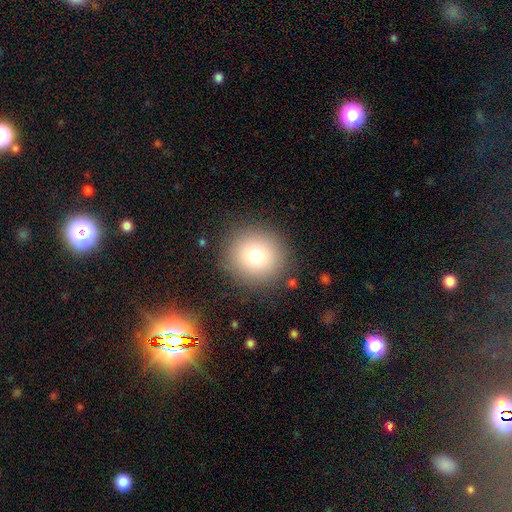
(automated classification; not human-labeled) The model was most divided on "smooth or featured": smooth: 76%, star or artifact: 13%, featured or disk: 11%. More confident: how rounded — round (94%); merging — none (88%).